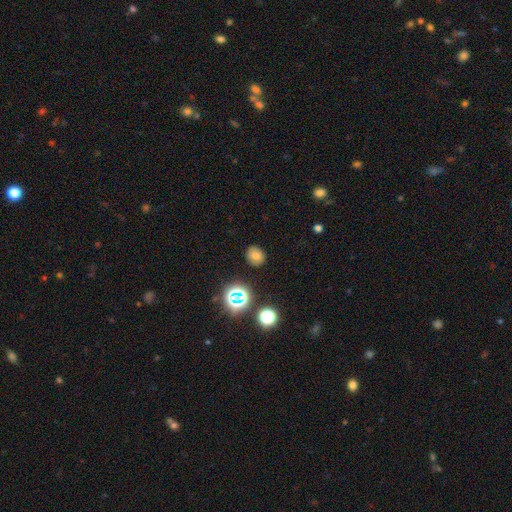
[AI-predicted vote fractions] This is likely a smooth galaxy (70%). How rounded: likely round (76%). Merging: clearly none (88%).